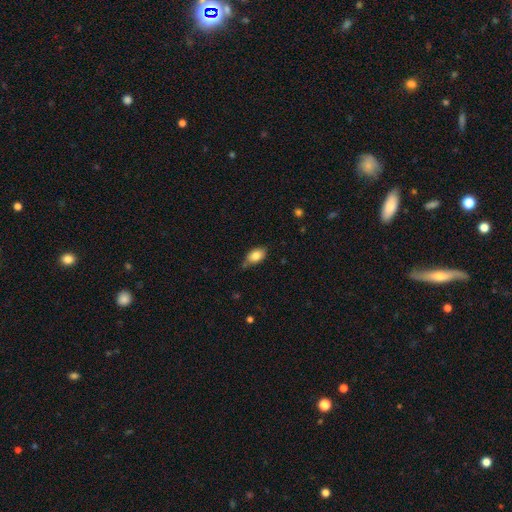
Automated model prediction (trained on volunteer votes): smooth_or_featured: smooth (p=0.82) [alt: featured or disk p=0.11]
how_rounded: in between (p=0.88) [alt: round p=0.08]
merging: none (p=0.64) [alt: minor disturbance p=0.29]